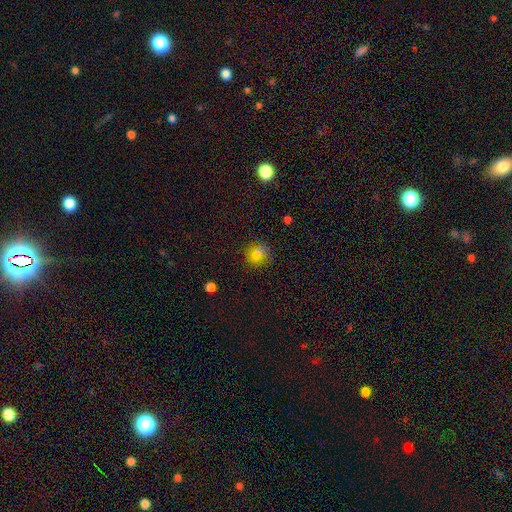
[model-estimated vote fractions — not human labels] smooth 68%, star or artifact 20%, featured or disk 12%. Down the decision tree: how rounded — round (84%); merging — none (87%).